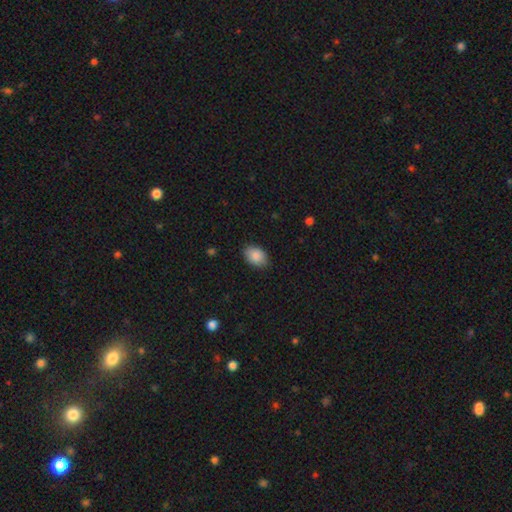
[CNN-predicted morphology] Overall: smooth (89%). How rounded: in between (82%). Merging: none (86%).